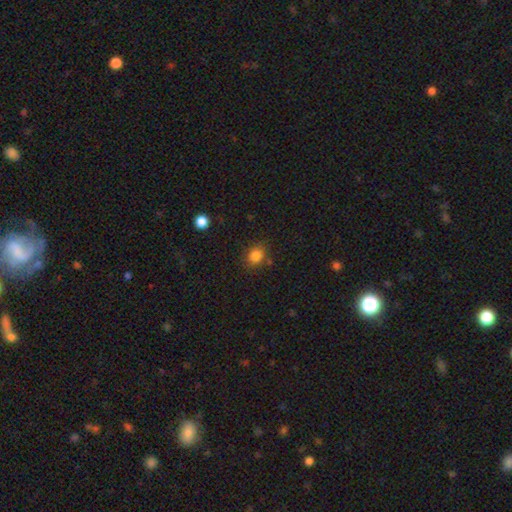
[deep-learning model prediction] The model was most divided on "how rounded": round: 61%, in between: 38%, cigar-shaped: 1%. More confident: smooth or featured — smooth (83%); merging — none (78%).